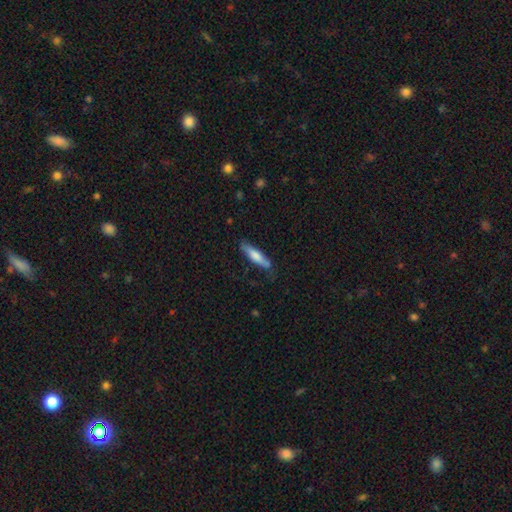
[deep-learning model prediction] Smooth or featured? smooth (65%)
How rounded? cigar-shaped (80%)
Merging? none (75%)